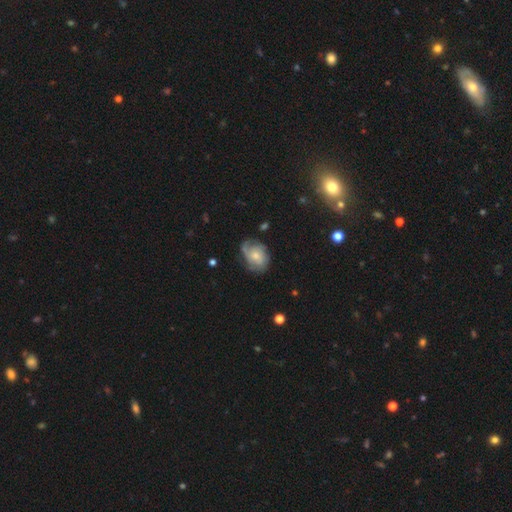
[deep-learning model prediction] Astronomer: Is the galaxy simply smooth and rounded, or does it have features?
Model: featured or disk — 64%.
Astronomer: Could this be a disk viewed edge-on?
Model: no — 97%.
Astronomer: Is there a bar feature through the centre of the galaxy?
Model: no — 75%.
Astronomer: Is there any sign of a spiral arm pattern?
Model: yes — 87%.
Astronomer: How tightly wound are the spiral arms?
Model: tight — 44% (runner-up: medium, 38%).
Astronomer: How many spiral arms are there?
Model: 2 — 33% (runner-up: can't tell, 32%).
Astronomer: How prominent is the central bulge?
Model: small — 45% (runner-up: moderate, 44%).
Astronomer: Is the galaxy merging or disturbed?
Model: none — 61%.